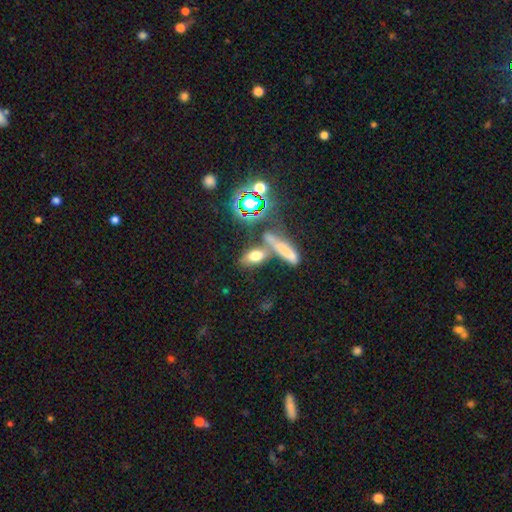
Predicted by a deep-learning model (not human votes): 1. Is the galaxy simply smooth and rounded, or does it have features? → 65% smooth, 19% star or artifact, 16% featured or disk.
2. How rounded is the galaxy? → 69% in between, 20% cigar-shaped, 11% round.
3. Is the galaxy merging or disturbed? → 47% none, 34% merger, 11% minor disturbance, 7% major disturbance.